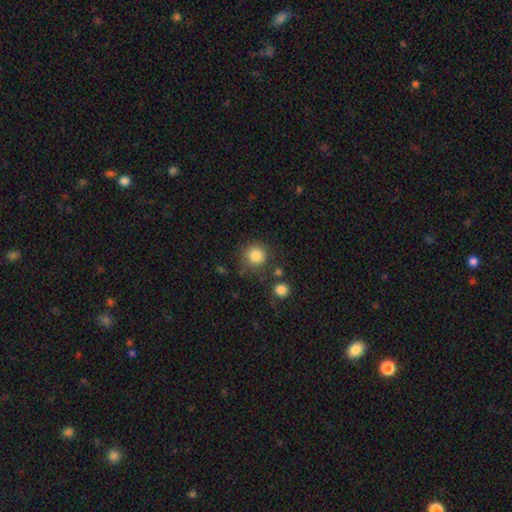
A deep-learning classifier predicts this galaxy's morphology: smooth 85%, star or artifact 10%, featured or disk 5%. Down the decision tree: how rounded — round (92%); merging — none (78%).